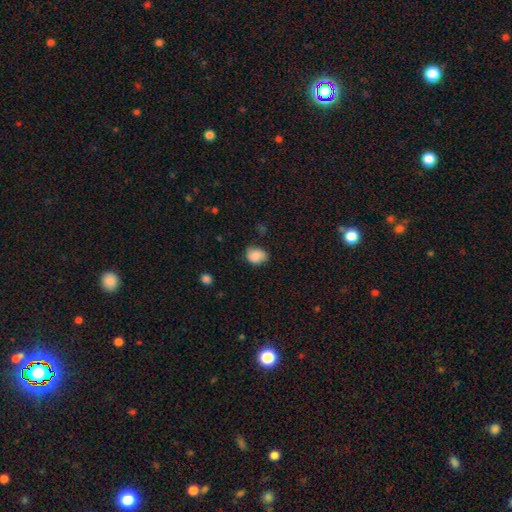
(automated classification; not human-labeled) smooth-or-featured: smooth: 83% | featured or disk: 9% | star or artifact: 8%
  how-rounded: in between: 50% | round: 49% | cigar-shaped: 1%
  merging: none: 65% | minor disturbance: 26% | major disturbance: 6% | merger: 2%